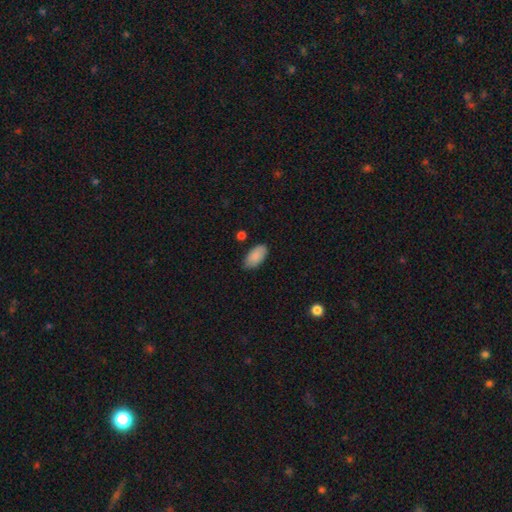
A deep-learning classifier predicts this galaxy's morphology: This appears to be a smooth galaxy with no disk features (88%) that is in between round and cigar-shaped (95%). Merging: none (79%).